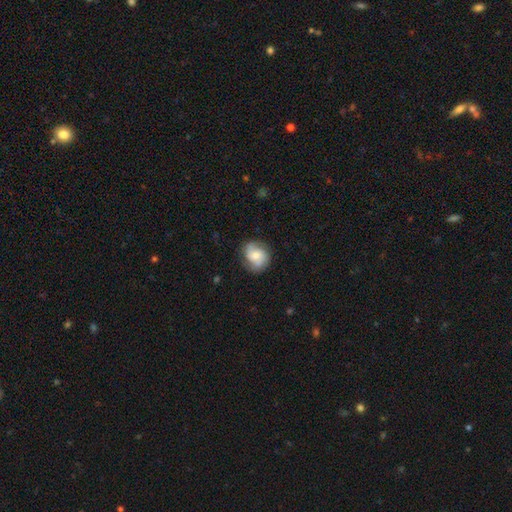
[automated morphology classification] Smooth or featured? Predicted: featured or disk (p=0.55). Edge-on disk? Predicted: no (p=0.97). Bar? Predicted: no (p=0.63). Spiral arms? Predicted: yes (p=0.91). Bulge size? Predicted: moderate (p=0.49). Merging? Predicted: none (p=0.77).